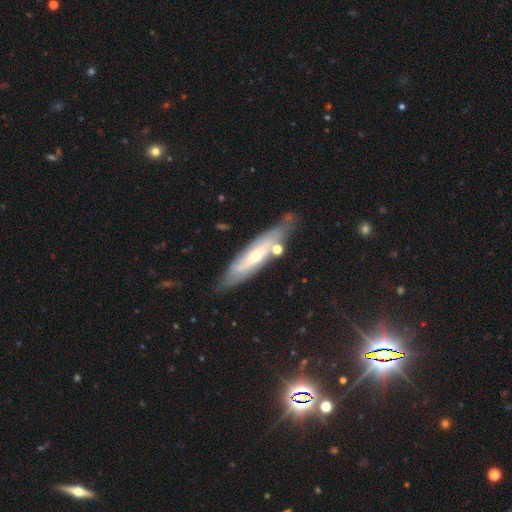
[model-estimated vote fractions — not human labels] Smooth or featured?
  - featured or disk: 66% *
  - smooth: 28%
  - star or artifact: 6%
Edge-on disk?
  - no: 53% *
  - yes: 47%
Merging?
  - none: 72% *
  - minor disturbance: 19%
  - merger: 5%
  - major disturbance: 5%